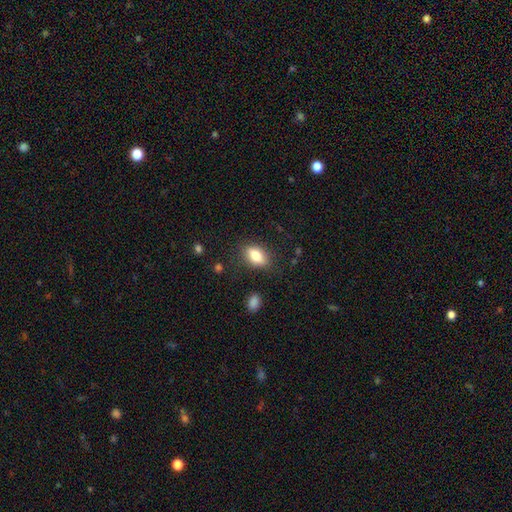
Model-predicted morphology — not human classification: This is likely a smooth galaxy (74%). How rounded: clearly in between (81%). Merging: clearly none (80%).